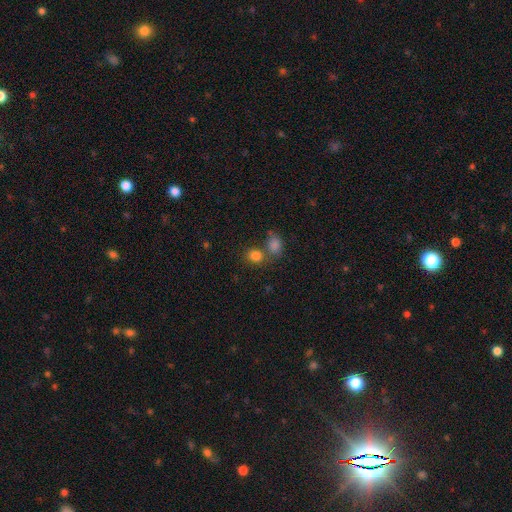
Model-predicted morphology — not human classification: Smooth or featured: smooth — 82% (star or artifact — 12%)
How rounded: round — 61% (in between — 38%)
Merging: none — 53% (merger — 33%)